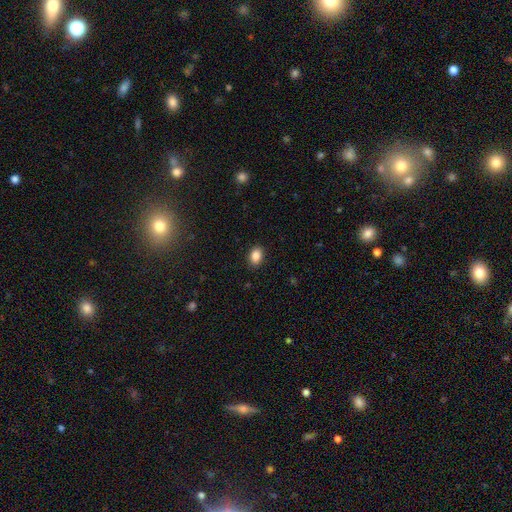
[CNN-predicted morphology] Smooth or featured: smooth — 87% (star or artifact — 8%)
How rounded: in between — 82% (round — 17%)
Merging: none — 89% (minor disturbance — 8%)